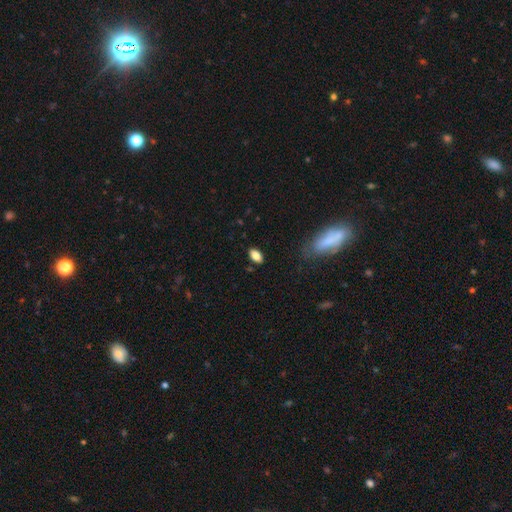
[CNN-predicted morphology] Smooth or featured: smooth — 83% (featured or disk — 9%)
How rounded: in between — 90% (round — 5%)
Merging: none — 86% (minor disturbance — 10%)